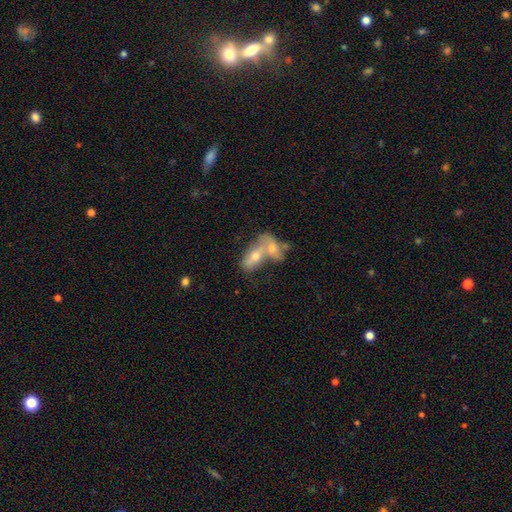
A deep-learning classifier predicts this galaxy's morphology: smooth 45%, featured or disk 43%, star or artifact 12%. Down the decision tree: merging — merger (70%).